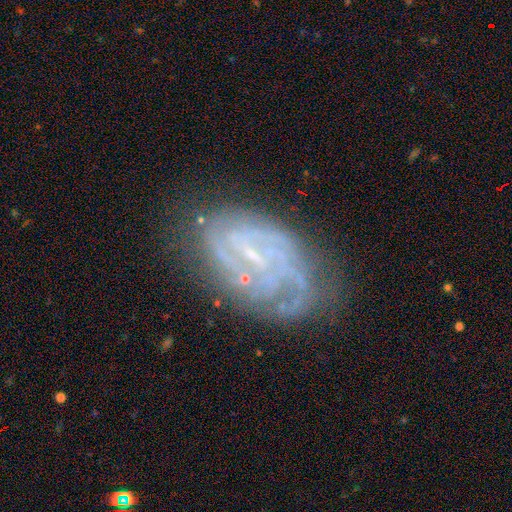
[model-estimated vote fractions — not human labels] Smooth or featured?
  - featured or disk: 80% *
  - smooth: 11%
  - star or artifact: 9%
Edge-on disk?
  - no: 97% *
  - yes: 3%
Bar?
  - weak: 44% *
  - no: 39%
  - strong: 16%
Spiral arms?
  - yes: 87% *
  - no: 13%
Spiral winding?
  - tight: 57% *
  - medium: 33%
  - loose: 10%
Spiral arm count?
  - can't tell: 37% *
  - 2: 21%
  - 3: 19%
  - 4: 10%
  - more than 4: 6%
  - 1: 6%
Bulge size?
  - small: 66% *
  - none: 23%
  - moderate: 9%
  - large: 1%
  - dominant: 1%
Merging?
  - none: 61% *
  - minor disturbance: 22%
  - major disturbance: 14%
  - merger: 3%